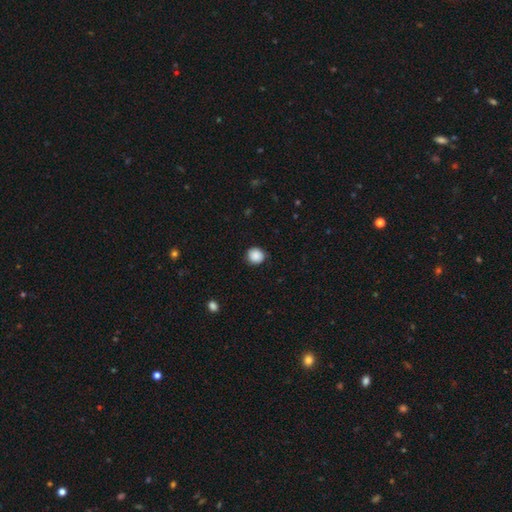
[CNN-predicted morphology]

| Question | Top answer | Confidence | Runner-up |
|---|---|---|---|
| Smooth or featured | smooth | 88% | star or artifact (9%) |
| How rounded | round | 89% | in between (10%) |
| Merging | none | 85% | minor disturbance (11%) |